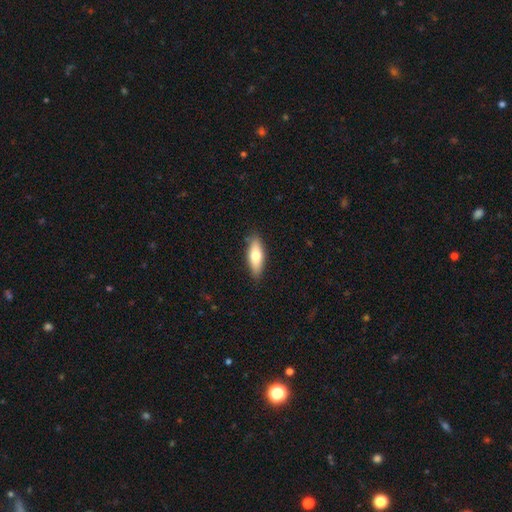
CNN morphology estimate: Smooth or featured: smooth — 70% (featured or disk — 24%)
How rounded: in between — 61% (cigar-shaped — 37%)
Merging: none — 86% (minor disturbance — 11%)